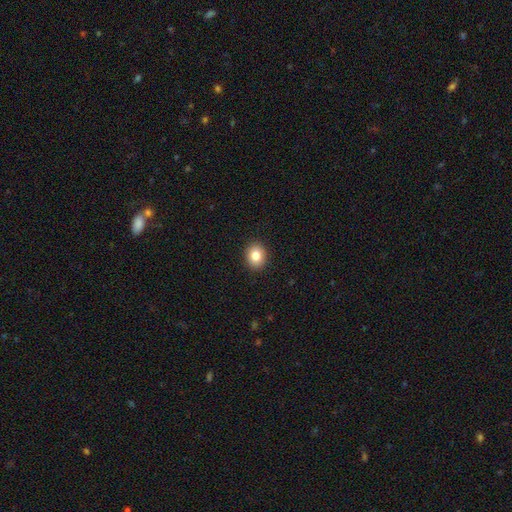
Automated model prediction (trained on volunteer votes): smooth-or-featured: smooth: 84% | star or artifact: 9% | featured or disk: 7%
  how-rounded: round: 59% | in between: 40% | cigar-shaped: 1%
  merging: none: 91% | minor disturbance: 6% | major disturbance: 2% | merger: 1%